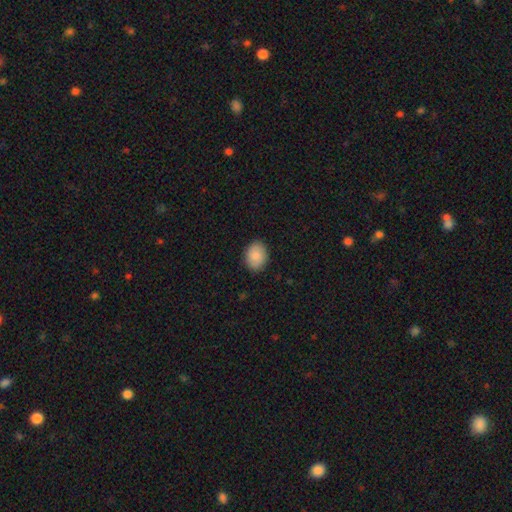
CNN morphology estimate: smooth-or-featured: smooth: 88% | star or artifact: 7% | featured or disk: 5%
  how-rounded: in between: 66% | round: 33% | cigar-shaped: 1%
  merging: none: 88% | minor disturbance: 9% | major disturbance: 2% | merger: 1%